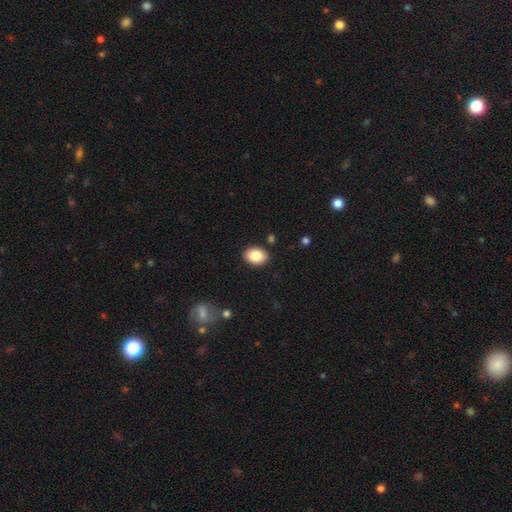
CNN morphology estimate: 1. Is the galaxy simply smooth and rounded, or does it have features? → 86% smooth, 7% star or artifact, 7% featured or disk.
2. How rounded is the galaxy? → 76% in between, 23% round, 1% cigar-shaped.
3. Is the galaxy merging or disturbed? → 88% none, 8% minor disturbance, 2% major disturbance, 2% merger.